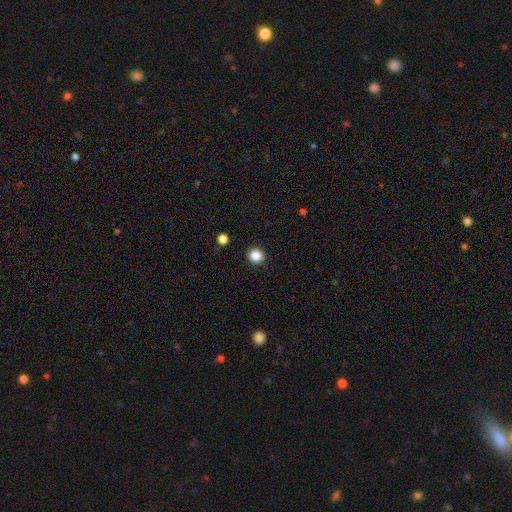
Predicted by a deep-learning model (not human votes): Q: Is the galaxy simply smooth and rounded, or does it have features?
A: smooth — 86%.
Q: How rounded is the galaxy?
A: round — 93%.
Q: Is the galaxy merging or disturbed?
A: none — 92%.